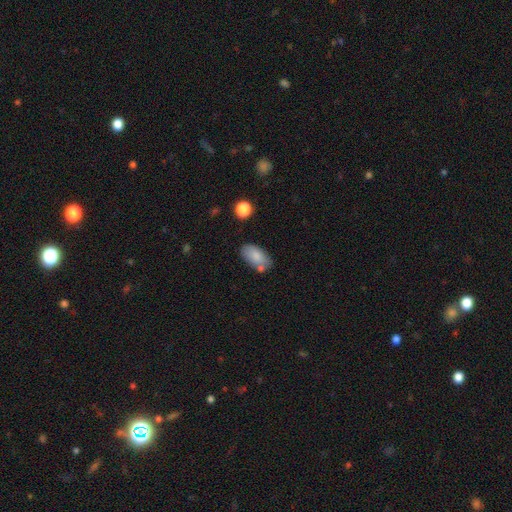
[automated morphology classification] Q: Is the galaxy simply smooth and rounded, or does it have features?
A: smooth — 82%.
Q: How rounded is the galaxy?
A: in between — 94%.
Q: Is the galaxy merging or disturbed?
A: none — 65%.